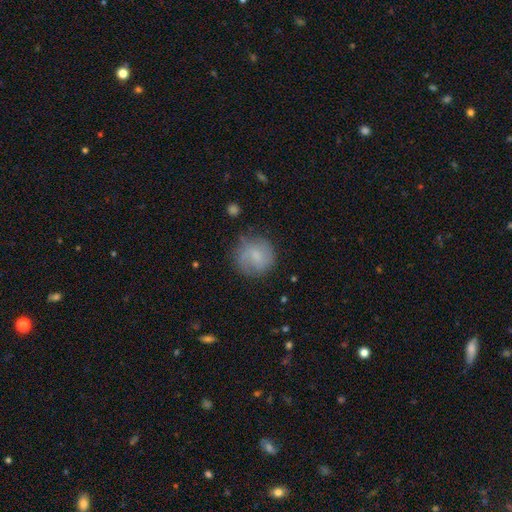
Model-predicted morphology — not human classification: A smooth galaxy with no disk features (64%) that is round (89%). Merging: none (70%).